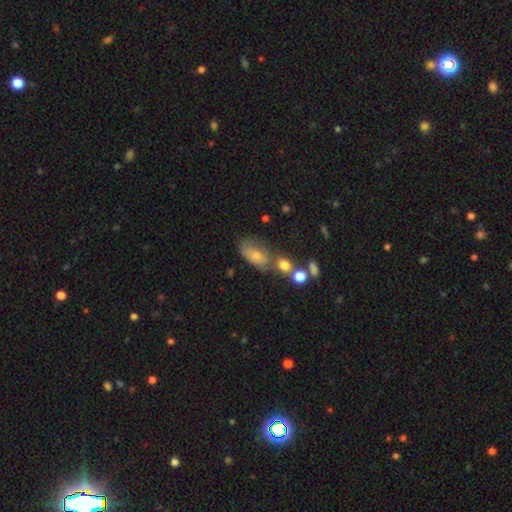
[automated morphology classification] Q: Smooth or featured?
A: smooth (68%); runner-up: featured or disk (22%)
Q: How rounded?
A: in between (87%); runner-up: round (8%)
Q: Merging?
A: none (37%); runner-up: merger (27%)